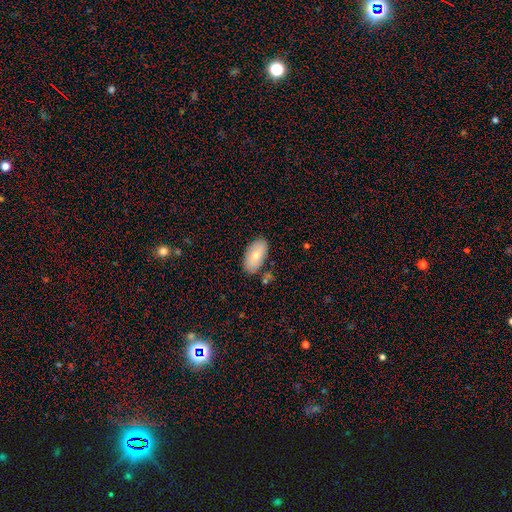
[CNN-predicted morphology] This appears to be a smooth galaxy with no disk features (72%) that is in between round and cigar-shaped (94%). Merging: none (82%).